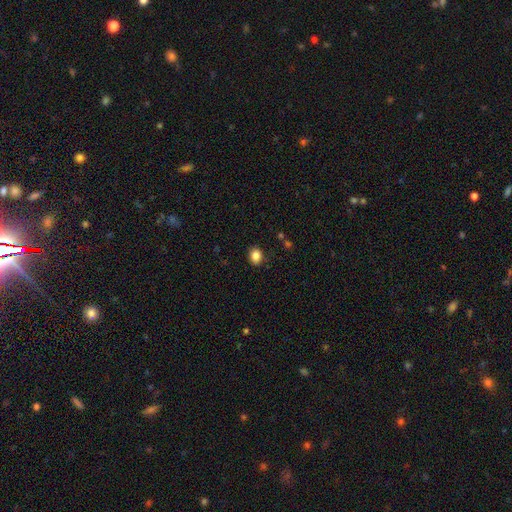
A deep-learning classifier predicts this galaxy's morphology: The model was most divided on "how rounded": round: 51%, in between: 49%, cigar-shaped: 1%. More confident: merging — none (87%); smooth or featured — smooth (85%).